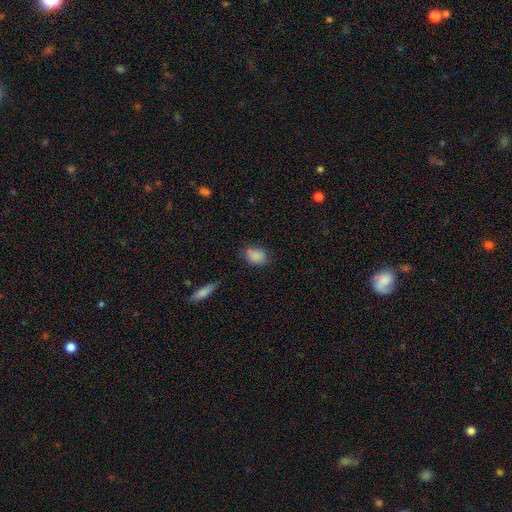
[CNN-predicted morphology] Smooth or featured? smooth (85%)
How rounded? in between (71%)
Merging? none (67%)